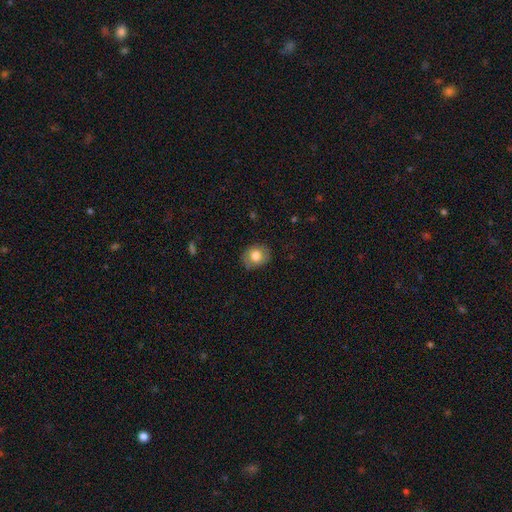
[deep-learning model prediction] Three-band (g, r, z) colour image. It shows a smooth galaxy with no disk features (76%) that is round (50%). Merging: none (81%).